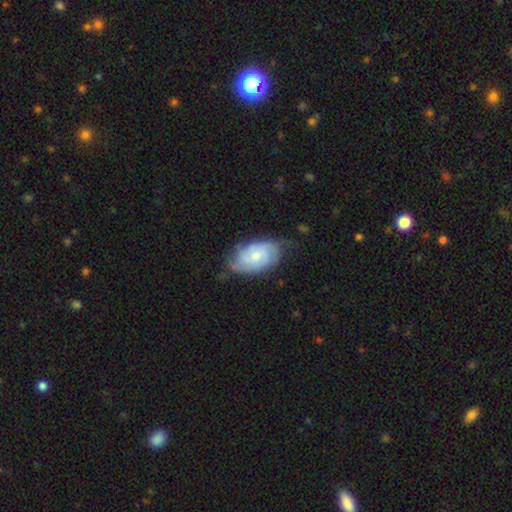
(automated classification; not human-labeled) Overall: featured or disk (67%). Edge-on disk: no (96%). Bar: no (66%; weak 30%). Spiral arms: yes (89%). Spiral arm count: can't tell (39%; 2 30%). Spiral winding: tight (57%; medium 33%). Bulge size: small (47%, tied with moderate). Merging: none (64%; minor disturbance 27%).